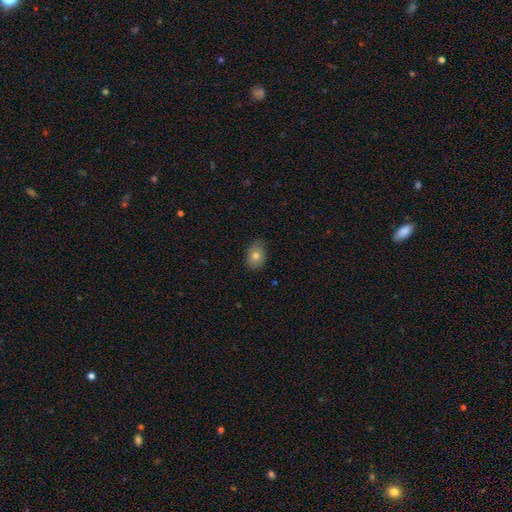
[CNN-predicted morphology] Overall: smooth (78%). How rounded: in between (67%; round 32%). Merging: none (82%).